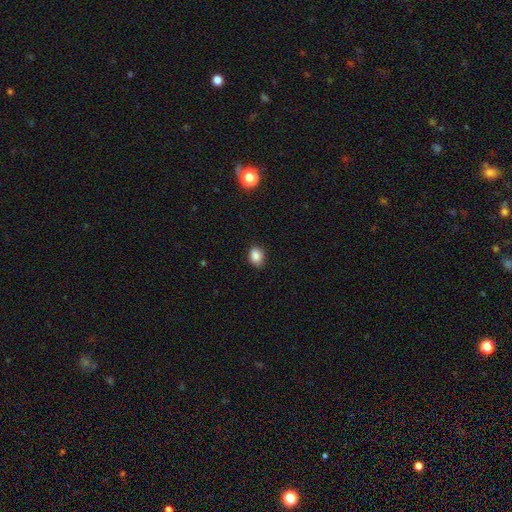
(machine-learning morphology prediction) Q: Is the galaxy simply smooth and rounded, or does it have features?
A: smooth — 86%.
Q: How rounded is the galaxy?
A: in between — 56%.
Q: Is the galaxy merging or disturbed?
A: none — 86%.